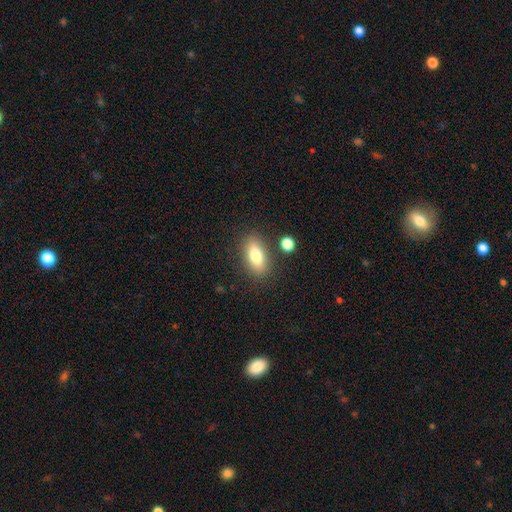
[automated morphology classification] This appears to be a smooth galaxy with no disk features (79%) that is in between round and cigar-shaped (82%). Merging: none (82%).